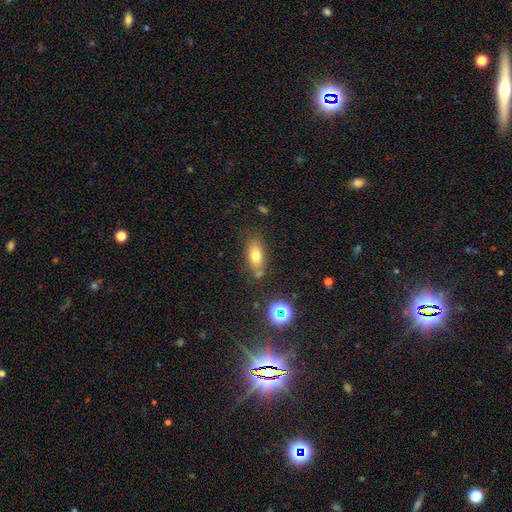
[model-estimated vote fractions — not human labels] Smooth or featured: smooth — 71% (featured or disk — 17%)
How rounded: in between — 76% (cigar-shaped — 16%)
Merging: none — 70% (minor disturbance — 17%)